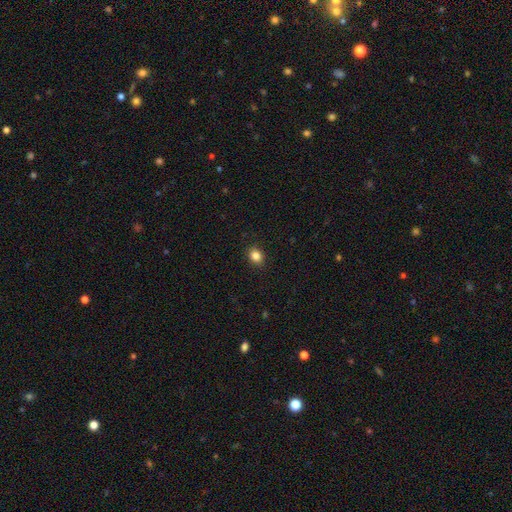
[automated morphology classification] smooth-or-featured: smooth: 85% | star or artifact: 10% | featured or disk: 5%
  how-rounded: in between: 52% | round: 47% | cigar-shaped: 1%
  merging: none: 90% | minor disturbance: 7% | major disturbance: 2% | merger: 1%